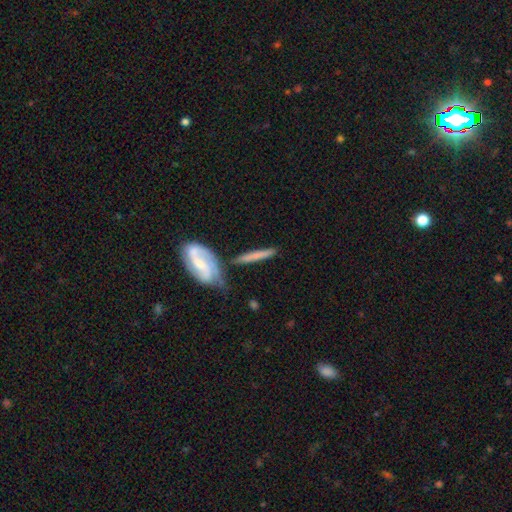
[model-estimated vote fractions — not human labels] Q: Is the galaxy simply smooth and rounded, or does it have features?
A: smooth — 48%.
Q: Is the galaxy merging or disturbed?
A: none — 63%.